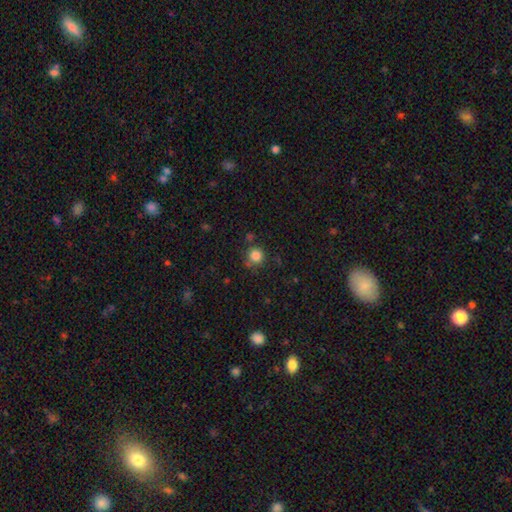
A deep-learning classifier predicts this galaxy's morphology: smooth-or-featured: smooth: 83% | star or artifact: 12% | featured or disk: 5%
  how-rounded: round: 93% | in between: 6% | cigar-shaped: 1%
  merging: none: 77% | minor disturbance: 13% | merger: 6% | major disturbance: 4%